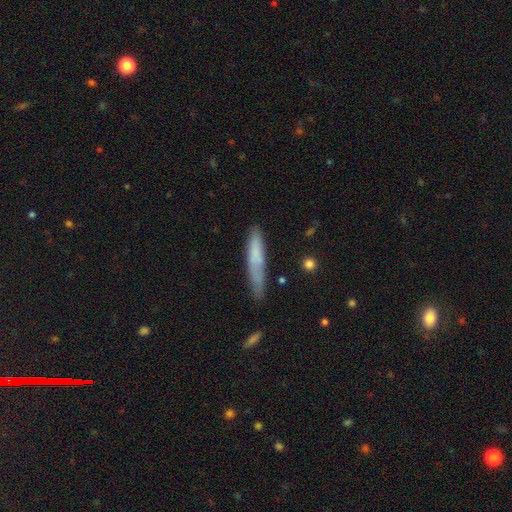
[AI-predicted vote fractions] Smooth or featured? smooth (70%)
How rounded? cigar-shaped (89%)
Merging? none (65%)